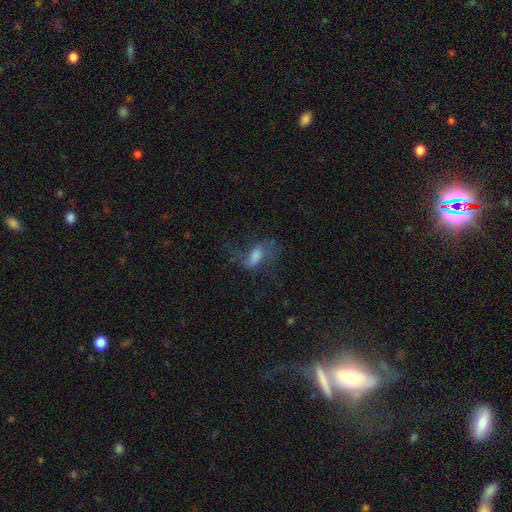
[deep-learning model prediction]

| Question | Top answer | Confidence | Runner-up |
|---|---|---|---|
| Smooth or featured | featured or disk | 53% | smooth (33%) |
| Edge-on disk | no | 90% | yes (10%) |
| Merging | none | 51% | major disturbance (28%) |